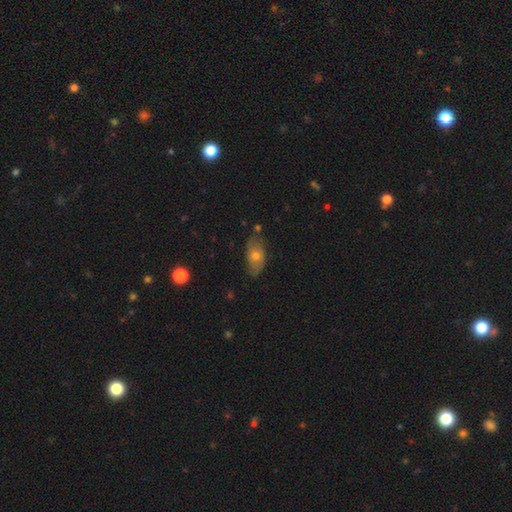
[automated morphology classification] smooth_or_featured: smooth (p=0.62) [alt: featured or disk p=0.29]
how_rounded: in between (p=0.88) [alt: round p=0.07]
merging: none (p=0.72) [alt: minor disturbance p=0.21]